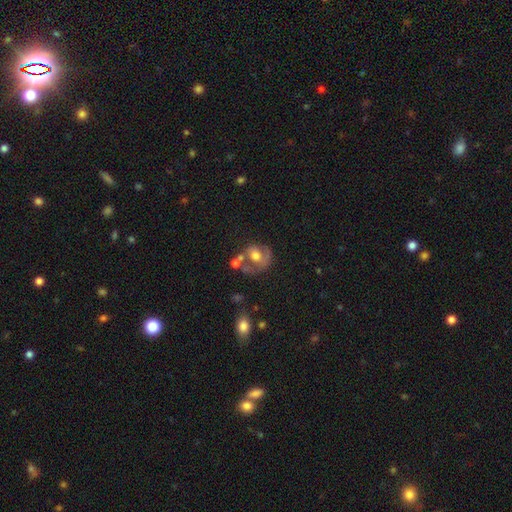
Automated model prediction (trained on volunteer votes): A featured or disk galaxy (50%). Merging: none (39%).